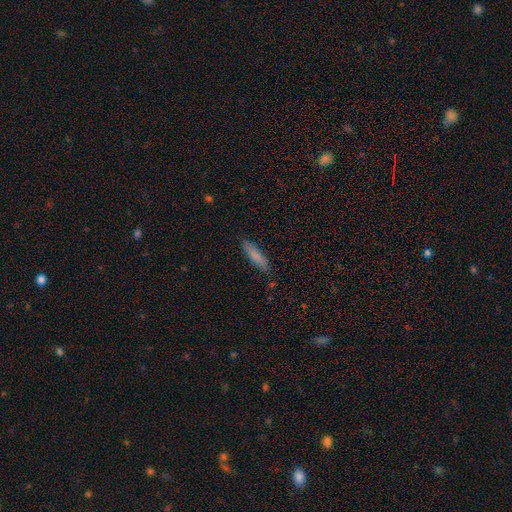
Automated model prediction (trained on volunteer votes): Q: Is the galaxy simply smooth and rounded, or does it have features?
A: smooth — 81%.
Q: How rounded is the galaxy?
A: cigar-shaped — 78%.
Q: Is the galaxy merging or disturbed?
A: none — 84%.